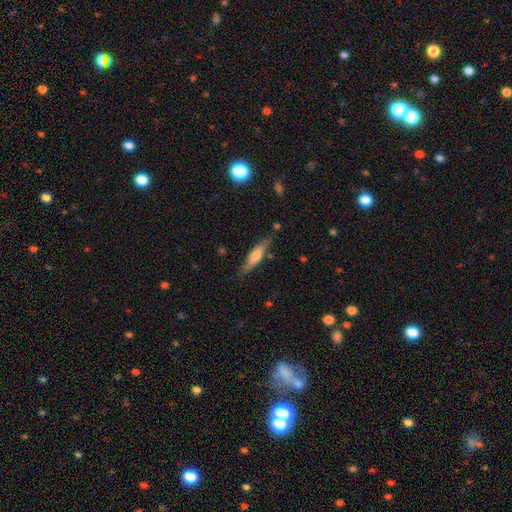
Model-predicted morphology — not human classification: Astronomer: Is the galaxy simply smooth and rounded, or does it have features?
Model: smooth — 47% (runner-up: featured or disk, 46%).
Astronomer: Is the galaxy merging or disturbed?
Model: none — 80%.